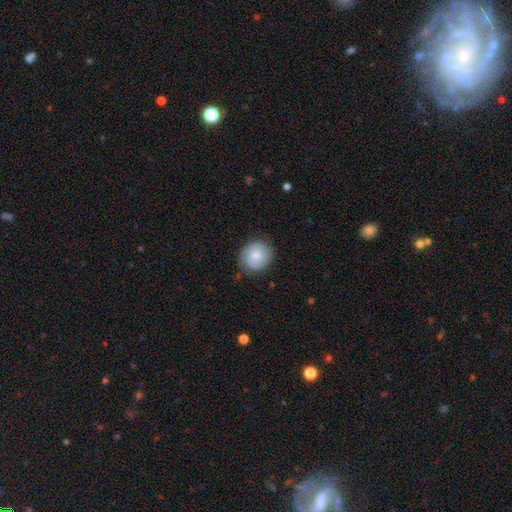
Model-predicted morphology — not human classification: A smooth galaxy with no disk features (71%) that is round (83%). Merging: none (76%).